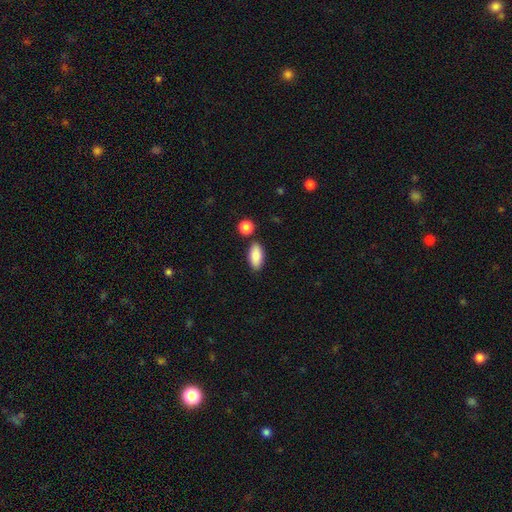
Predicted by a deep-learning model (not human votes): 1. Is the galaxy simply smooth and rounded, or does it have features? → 86% smooth, 8% featured or disk, 6% star or artifact.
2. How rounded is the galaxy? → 89% in between, 7% cigar-shaped, 3% round.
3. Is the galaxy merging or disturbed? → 81% none, 10% minor disturbance, 6% merger, 2% major disturbance.